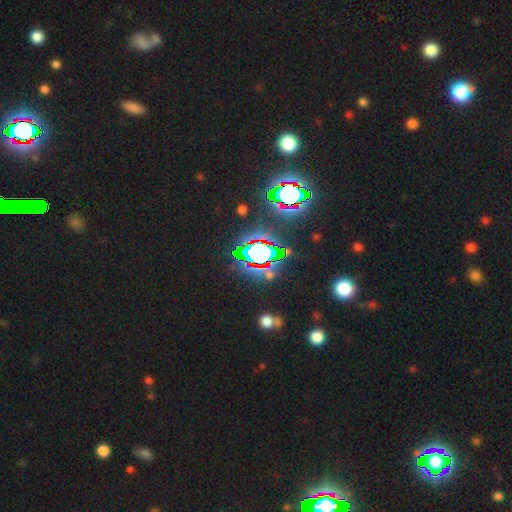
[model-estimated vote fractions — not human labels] The model was most divided on "smooth or featured": star or artifact: 74%, smooth: 15%, featured or disk: 11%.